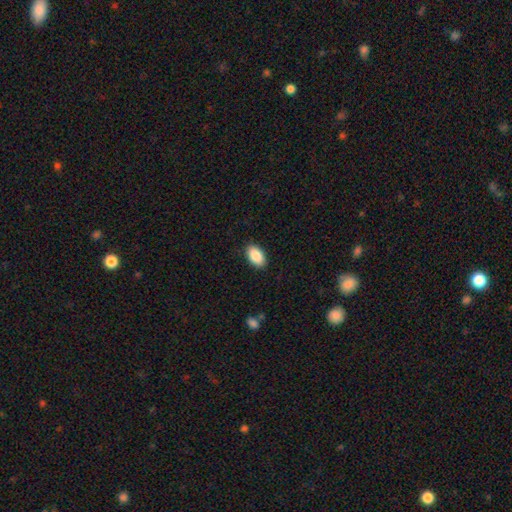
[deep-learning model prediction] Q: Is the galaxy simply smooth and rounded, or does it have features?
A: smooth — 90%.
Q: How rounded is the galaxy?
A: in between — 94%.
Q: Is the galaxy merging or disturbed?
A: none — 88%.